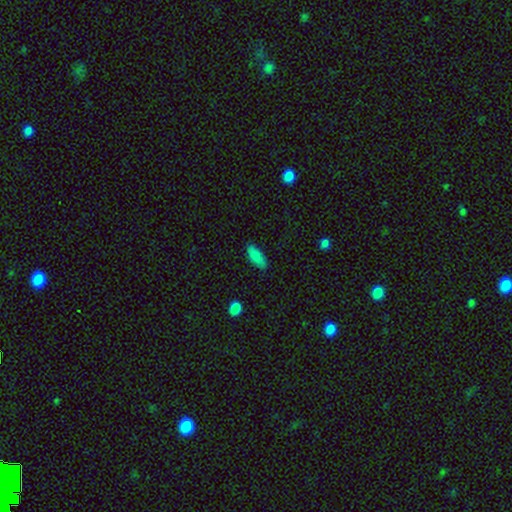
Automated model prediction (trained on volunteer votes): This appears to be a smooth galaxy with no disk features (86%) that is in between round and cigar-shaped (76%). Merging: none (83%).